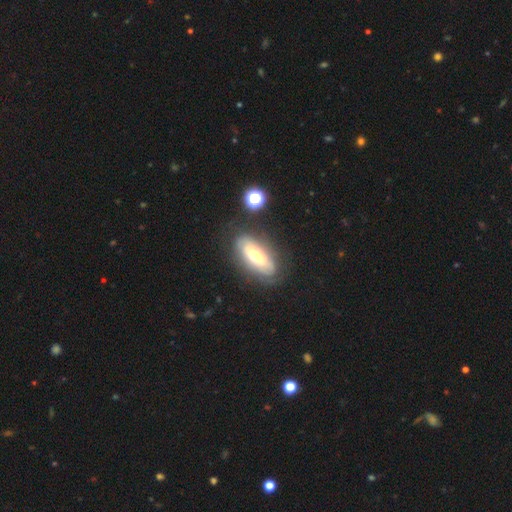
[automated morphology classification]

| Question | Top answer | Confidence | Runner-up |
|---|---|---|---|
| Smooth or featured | featured or disk | 52% | smooth (40%) |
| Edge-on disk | no | 81% | yes (19%) |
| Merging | none | 71% | minor disturbance (17%) |